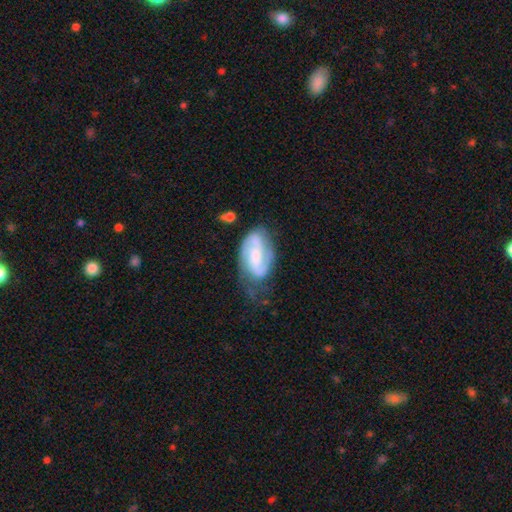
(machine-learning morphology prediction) Q: Smooth or featured?
A: featured or disk (76%); runner-up: smooth (19%)
Q: Edge-on disk?
A: no (96%); runner-up: yes (4%)
Q: Bar?
A: weak (43%); runner-up: no (35%)
Q: Spiral arms?
A: yes (93%); runner-up: no (7%)
Q: Spiral winding?
A: medium (46%); runner-up: tight (31%)
Q: Spiral arm count?
A: 2 (77%); runner-up: can't tell (11%)
Q: Bulge size?
A: small (40%); runner-up: moderate (36%)
Q: Merging?
A: none (54%); runner-up: minor disturbance (29%)